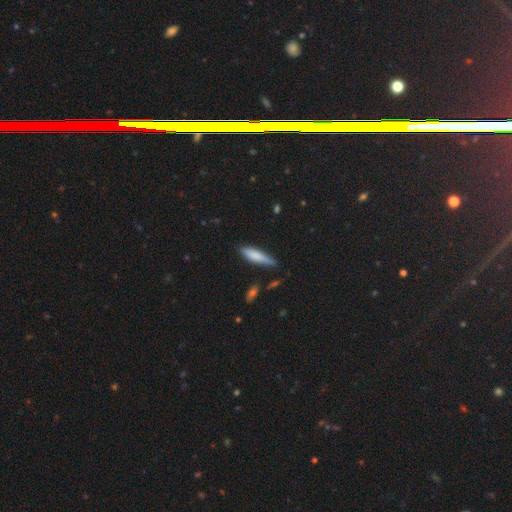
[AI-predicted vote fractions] Smooth or featured?
  - smooth: 71% *
  - featured or disk: 23%
  - star or artifact: 6%
How rounded?
  - cigar-shaped: 75% *
  - in between: 23%
  - round: 2%
Merging?
  - none: 75% *
  - minor disturbance: 19%
  - major disturbance: 4%
  - merger: 3%